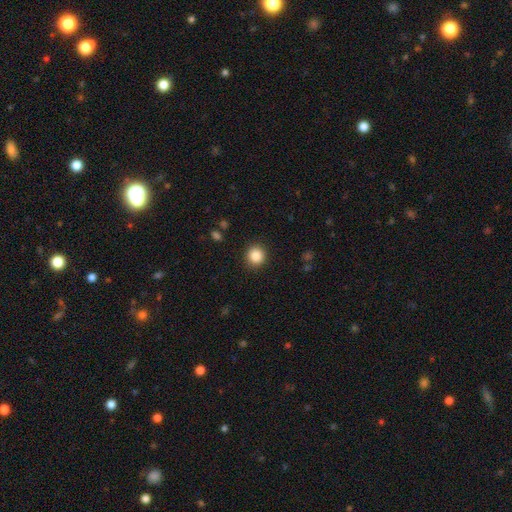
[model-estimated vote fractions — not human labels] smooth 87%, star or artifact 10%, featured or disk 3%. Down the decision tree: how rounded — round (92%); merging — none (91%).